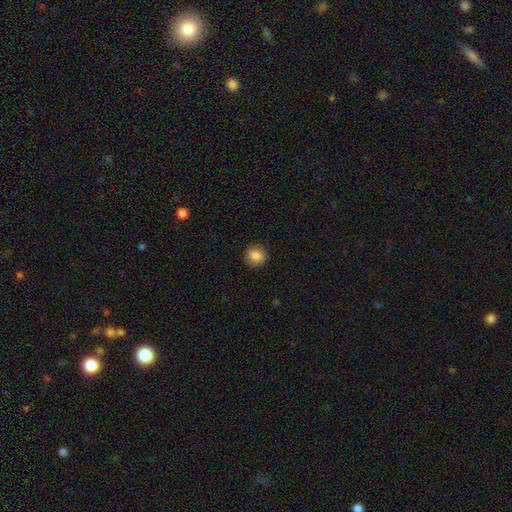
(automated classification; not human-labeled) Smooth or featured? Predicted: smooth (p=0.82). How rounded? Predicted: round (p=0.73). Merging? Predicted: none (p=0.88).